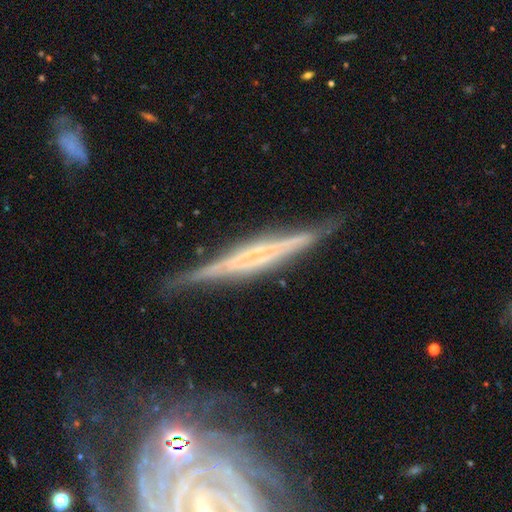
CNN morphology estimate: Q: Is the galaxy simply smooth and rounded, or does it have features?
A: featured or disk — 78%.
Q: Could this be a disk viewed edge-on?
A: yes — 94%.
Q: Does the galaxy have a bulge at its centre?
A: none — 39%.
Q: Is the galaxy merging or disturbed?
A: none — 74%.